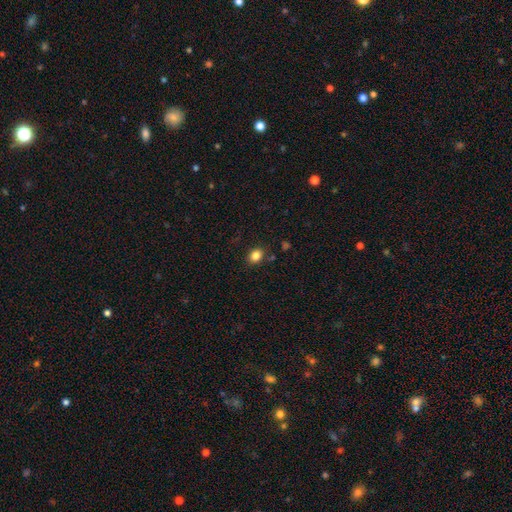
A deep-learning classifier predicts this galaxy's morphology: A smooth galaxy with no disk features (83%) that is in between round and cigar-shaped (58%). Merging: none (84%).